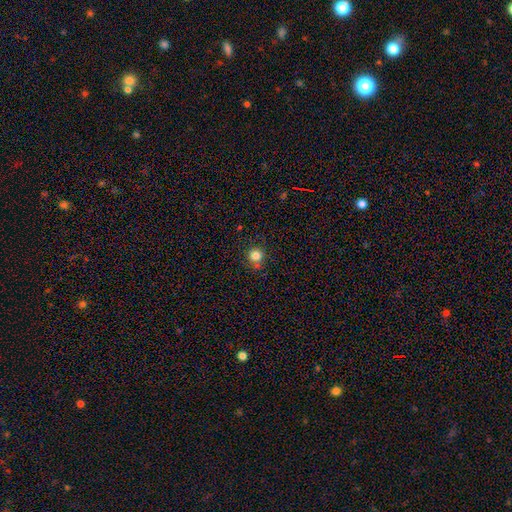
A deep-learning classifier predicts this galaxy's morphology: This is clearly a smooth galaxy (82%). How rounded: clearly round (92%). Merging: likely none (78%).